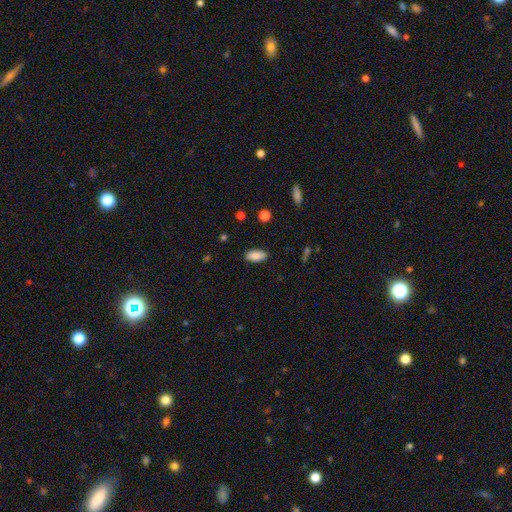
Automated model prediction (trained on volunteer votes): The model was most divided on "merging": none: 87%, minor disturbance: 9%, major disturbance: 2%, merger: 1%. More confident: how rounded — in between (89%); smooth or featured — smooth (88%).